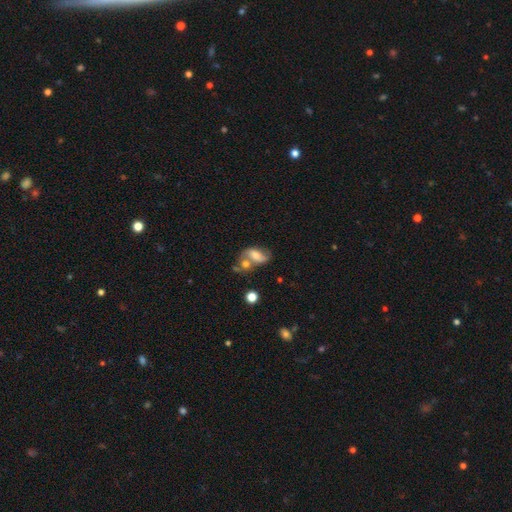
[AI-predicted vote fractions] Q: Smooth or featured?
A: featured or disk (58%); runner-up: smooth (32%)
Q: Edge-on disk?
A: no (96%); runner-up: yes (4%)
Q: Bar?
A: no (44%); runner-up: weak (38%)
Q: Spiral arms?
A: yes (81%); runner-up: no (19%)
Q: Bulge size?
A: moderate (38%); runner-up: small (25%)
Q: Merging?
A: merger (38%); runner-up: none (34%)